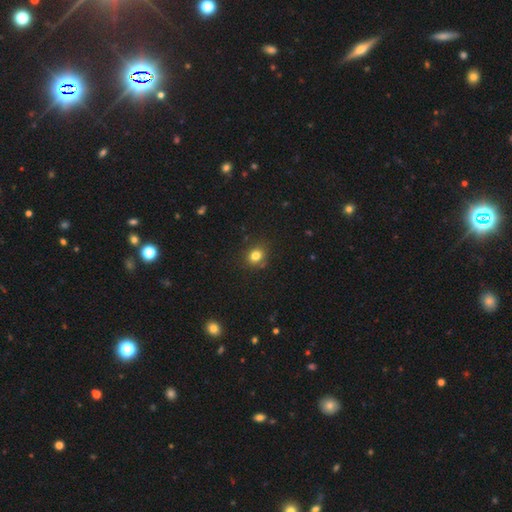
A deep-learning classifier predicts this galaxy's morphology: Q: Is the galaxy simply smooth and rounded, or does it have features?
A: smooth — 80%.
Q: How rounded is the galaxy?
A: round — 75%.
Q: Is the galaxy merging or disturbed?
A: none — 80%.